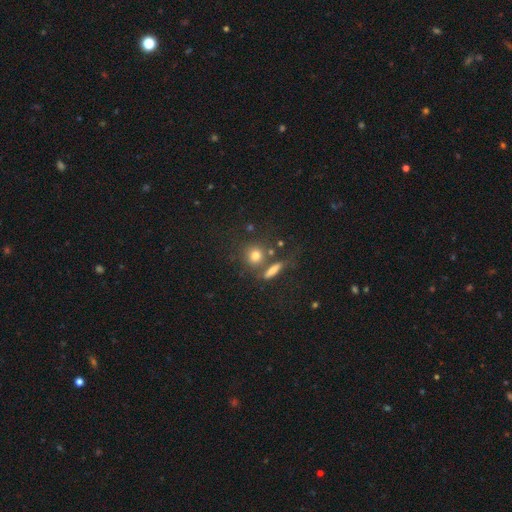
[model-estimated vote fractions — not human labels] This is likely a smooth galaxy (76%). How rounded: likely round (78%). Merging: likely none (64%).